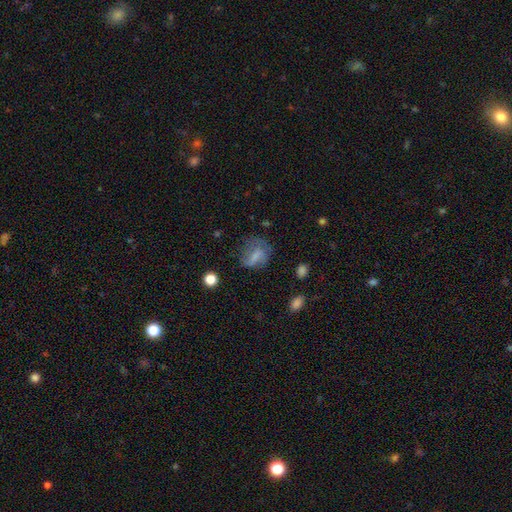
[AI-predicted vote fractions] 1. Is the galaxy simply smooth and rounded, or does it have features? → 60% smooth, 28% featured or disk, 11% star or artifact.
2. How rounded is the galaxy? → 63% in between, 33% round, 4% cigar-shaped.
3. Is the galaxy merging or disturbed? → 44% none, 27% minor disturbance, 27% major disturbance, 3% merger.